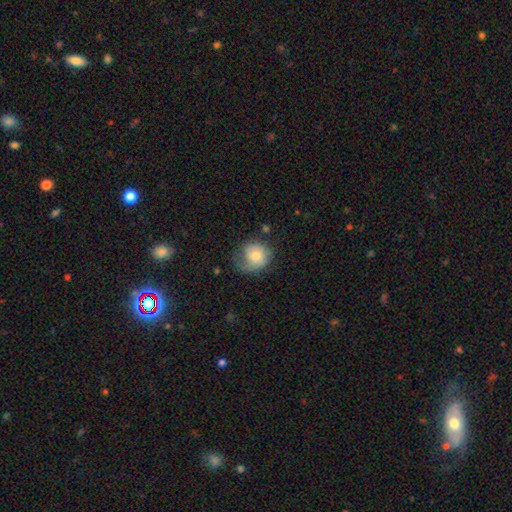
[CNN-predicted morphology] This appears to be a smooth galaxy with no disk features (63%) that is round (77%). Merging: none (45%).